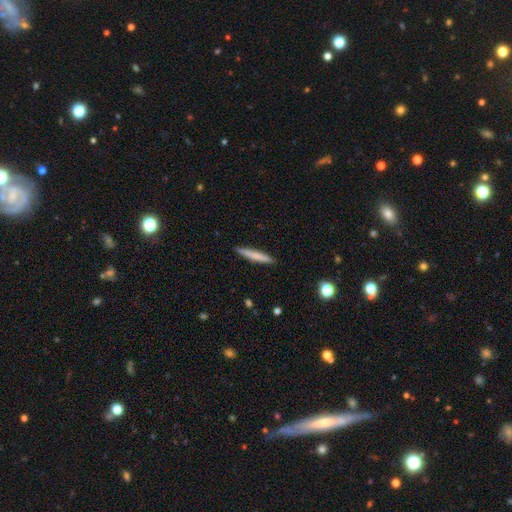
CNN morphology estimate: This is likely a smooth galaxy (72%). How rounded: clearly cigar-shaped (94%). Merging: clearly none (89%).